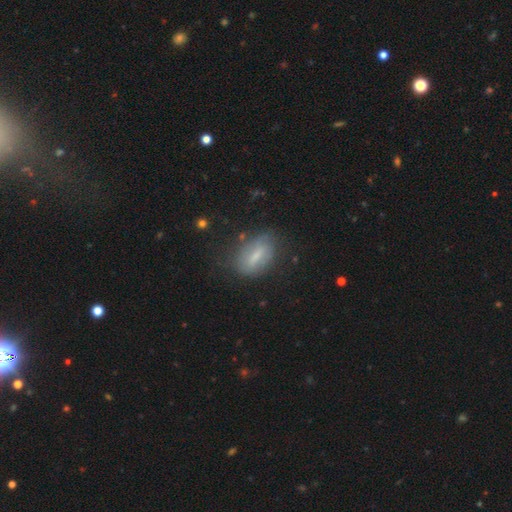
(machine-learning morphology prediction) smooth_or_featured: smooth (p=0.56) [alt: featured or disk p=0.35]
how_rounded: in between (p=0.76) [alt: cigar-shaped p=0.17]
merging: none (p=0.67) [alt: minor disturbance p=0.22]